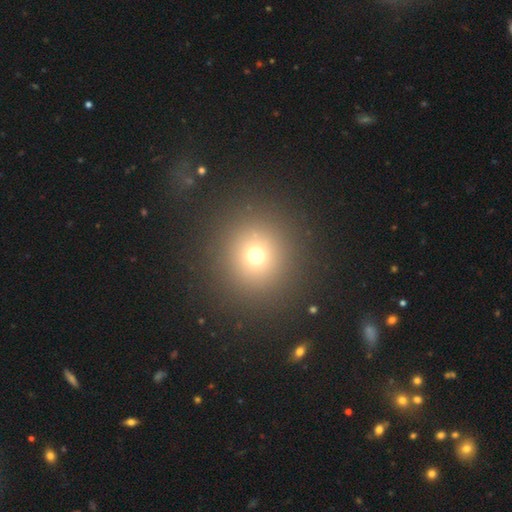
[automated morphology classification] The model was most divided on "smooth or featured": smooth: 69%, star or artifact: 20%, featured or disk: 10%. More confident: how rounded — round (94%); merging — none (89%).